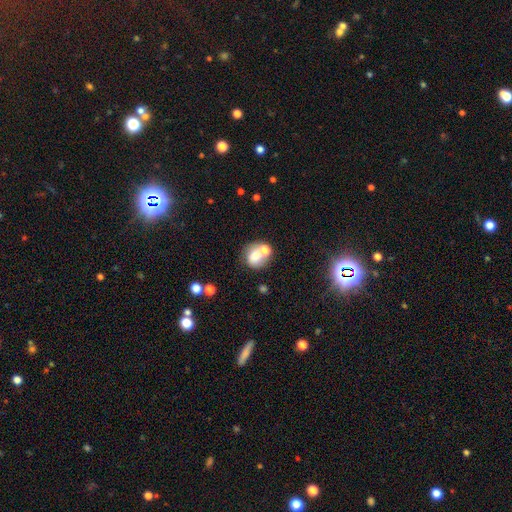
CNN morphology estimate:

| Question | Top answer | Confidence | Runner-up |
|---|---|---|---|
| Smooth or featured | smooth | 72% | featured or disk (18%) |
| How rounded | round | 68% | in between (30%) |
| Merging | merger | 42% | none (39%) |